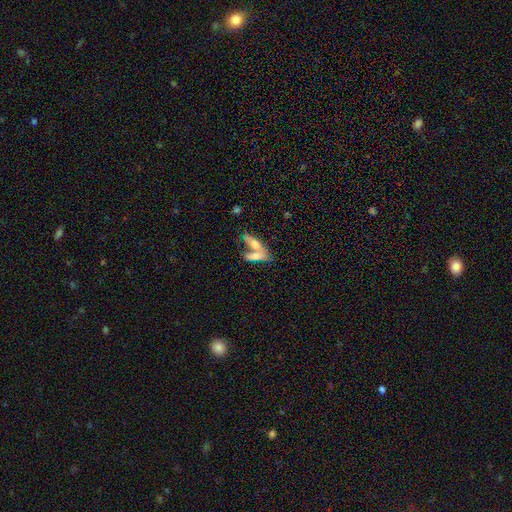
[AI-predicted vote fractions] smooth 59%, featured or disk 32%, star or artifact 9%. Down the decision tree: how rounded — in between (60%); merging — merger (58%).